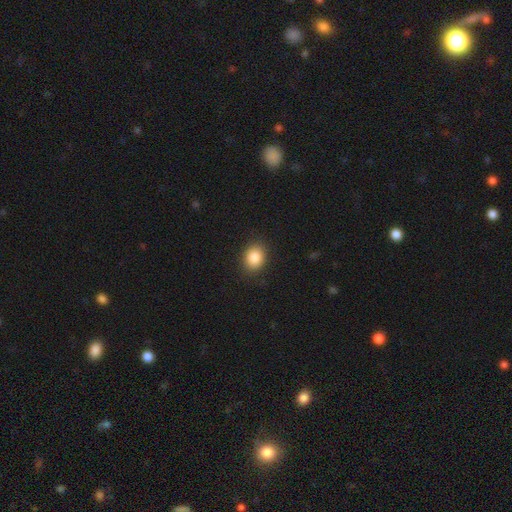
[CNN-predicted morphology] Smooth or featured?
  - smooth: 86% *
  - star or artifact: 9%
  - featured or disk: 5%
How rounded?
  - in between: 53% *
  - round: 46%
  - cigar-shaped: 1%
Merging?
  - none: 88% *
  - minor disturbance: 9%
  - major disturbance: 3%
  - merger: 1%